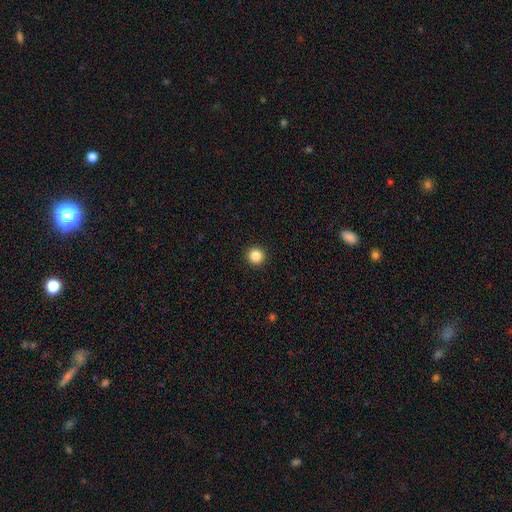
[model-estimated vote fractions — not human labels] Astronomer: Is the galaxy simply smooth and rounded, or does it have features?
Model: smooth — 85%.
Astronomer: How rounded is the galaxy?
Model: round — 95%.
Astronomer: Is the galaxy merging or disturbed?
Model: none — 94%.